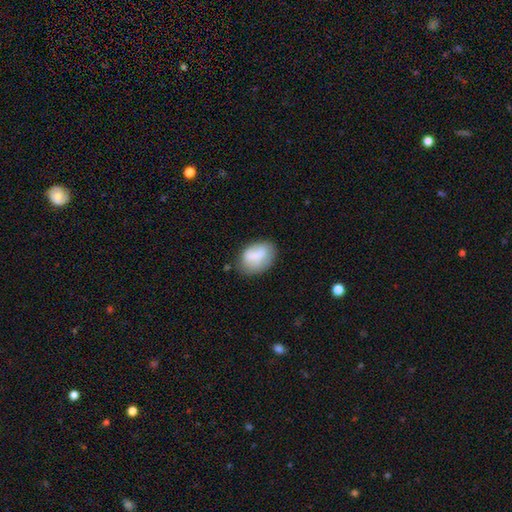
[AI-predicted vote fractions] Smooth or featured: smooth — 67% (featured or disk — 26%)
How rounded: in between — 83% (round — 16%)
Merging: none — 58% (minor disturbance — 27%)